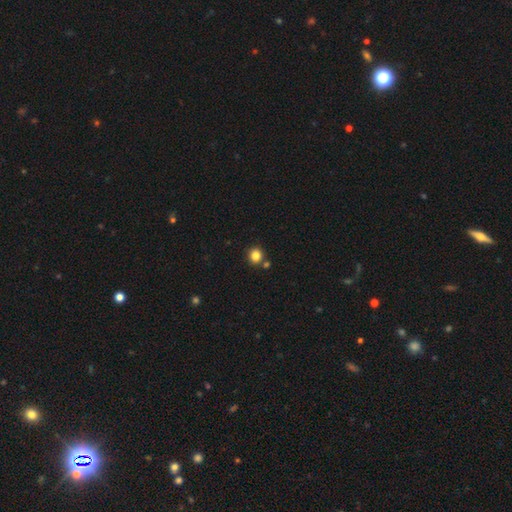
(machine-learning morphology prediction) Smooth or featured? smooth (84%)
How rounded? round (86%)
Merging? none (79%)